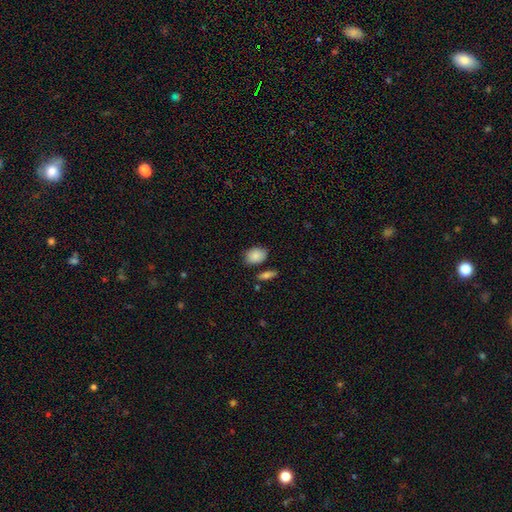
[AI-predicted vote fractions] Morphology: type=smooth (88%); roundness=in between (77%); merging=none (73%).